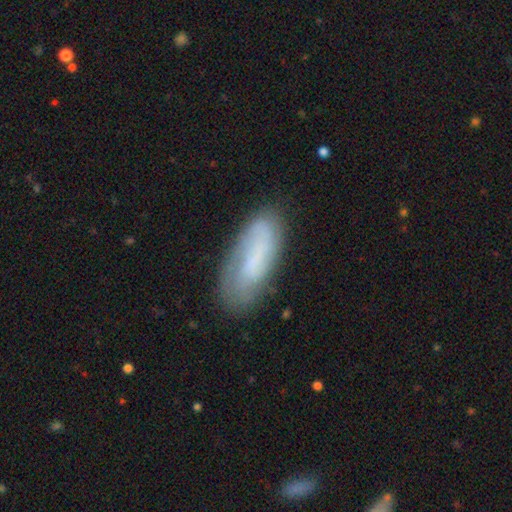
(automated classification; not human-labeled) smooth-or-featured: smooth: 53% | featured or disk: 39% | star or artifact: 8%
  how-rounded: in between: 74% | cigar-shaped: 24% | round: 2%
  merging: none: 69% | minor disturbance: 21% | major disturbance: 8% | merger: 2%